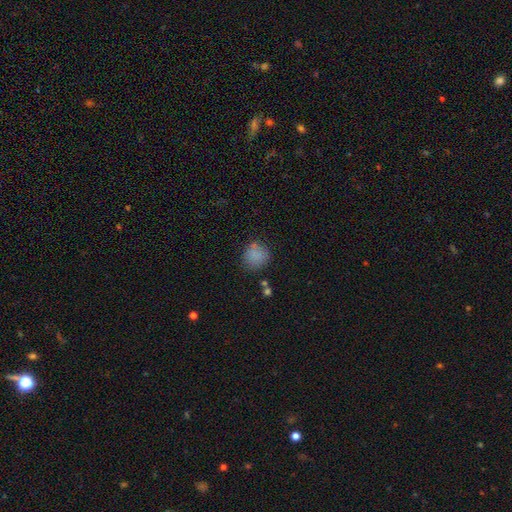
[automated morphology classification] The model was most divided on "merging": none: 75%, minor disturbance: 15%, merger: 5%, major disturbance: 5%. More confident: how rounded — round (87%); smooth or featured — smooth (82%).